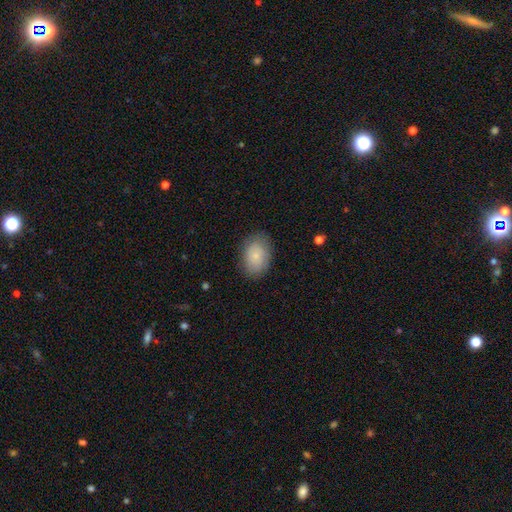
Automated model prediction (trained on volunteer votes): A smooth galaxy with no disk features (81%) that is in between round and cigar-shaped (79%).

Vote fractions:
- Smooth or featured? smooth: 81% / featured or disk: 12% / star or artifact: 7%
- How rounded? in between: 79% / round: 20% / cigar-shaped: 1%
- Merging? none: 83% / minor disturbance: 13% / major disturbance: 3% / merger: 1%